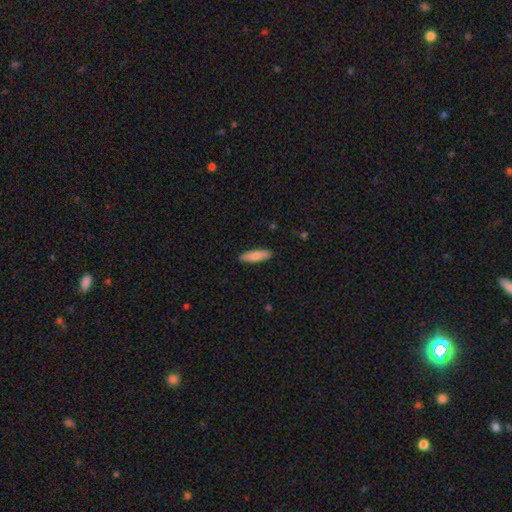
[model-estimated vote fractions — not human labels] Morphology: type=smooth (83%); roundness=cigar-shaped (62%); merging=none (90%).